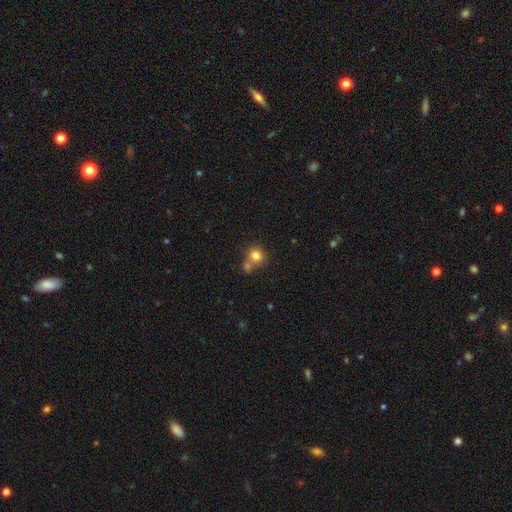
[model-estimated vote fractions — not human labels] Q: Smooth or featured?
A: smooth (80%); runner-up: star or artifact (11%)
Q: How rounded?
A: round (84%); runner-up: in between (15%)
Q: Merging?
A: none (53%); runner-up: merger (35%)